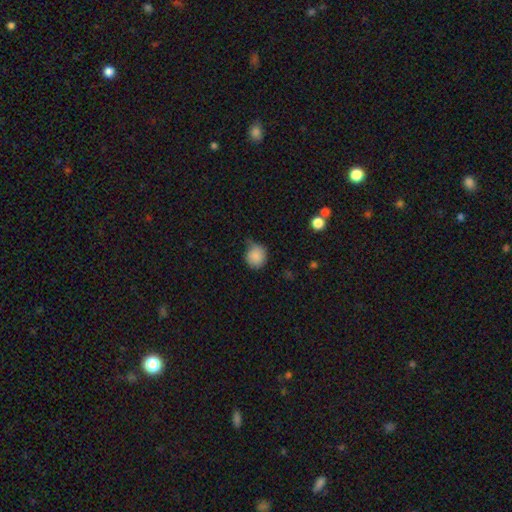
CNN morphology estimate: Smooth or featured: smooth — 86% (star or artifact — 9%)
How rounded: round — 84% (in between — 15%)
Merging: none — 53% (minor disturbance — 36%)